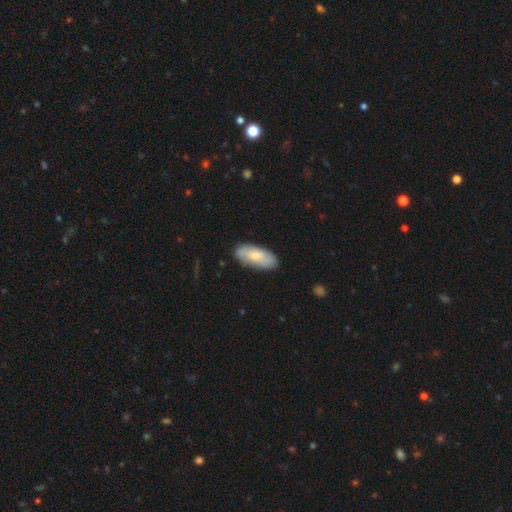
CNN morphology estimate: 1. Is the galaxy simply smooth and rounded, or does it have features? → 72% smooth, 23% featured or disk, 6% star or artifact.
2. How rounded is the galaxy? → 84% in between, 14% cigar-shaped, 2% round.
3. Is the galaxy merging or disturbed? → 83% none, 13% minor disturbance, 3% major disturbance, 1% merger.